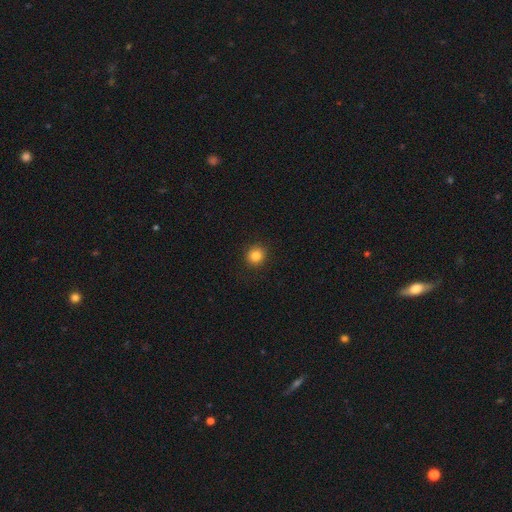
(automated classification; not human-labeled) The model was most divided on "smooth or featured": smooth: 84%, star or artifact: 11%, featured or disk: 5%. More confident: merging — none (91%); how rounded — round (90%).